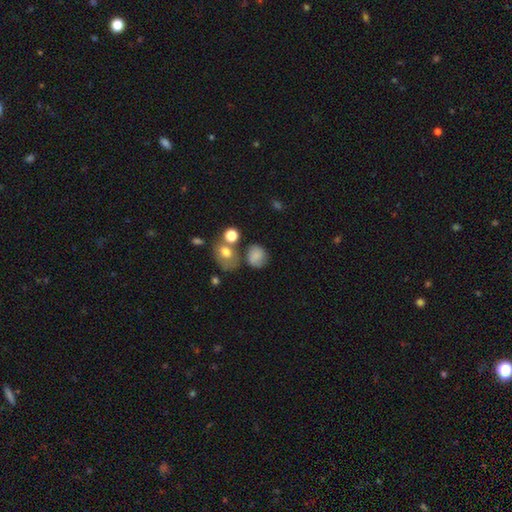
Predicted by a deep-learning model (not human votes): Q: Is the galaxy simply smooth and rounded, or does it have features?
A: smooth — 74%.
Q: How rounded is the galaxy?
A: round — 66%.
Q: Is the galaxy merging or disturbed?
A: none — 55%.